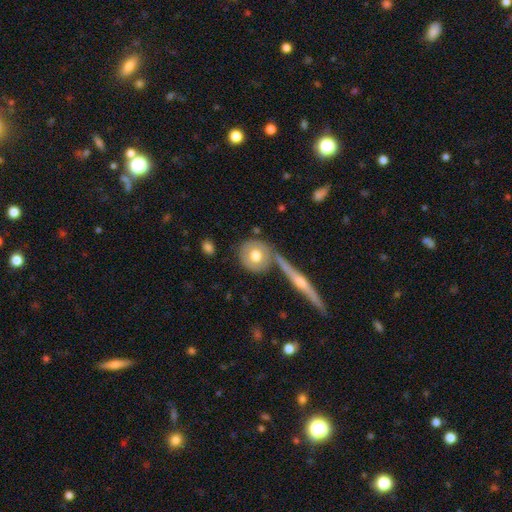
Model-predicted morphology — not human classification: Overall: smooth (66%; featured or disk 28%). How rounded: round (86%). Merging: none (71%).